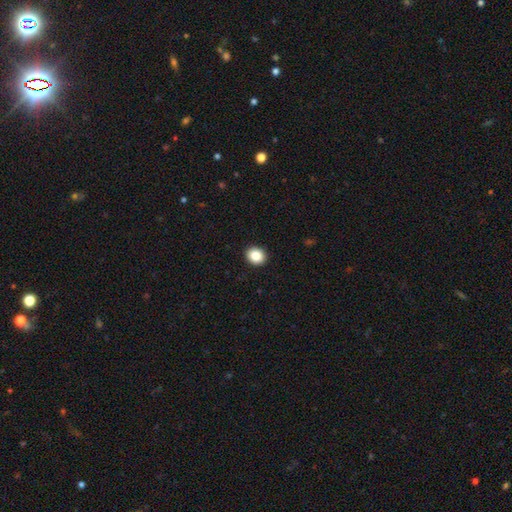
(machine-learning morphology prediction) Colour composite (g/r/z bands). It shows a smooth galaxy with no disk features (85%) that is round (72%). Merging: none (93%).